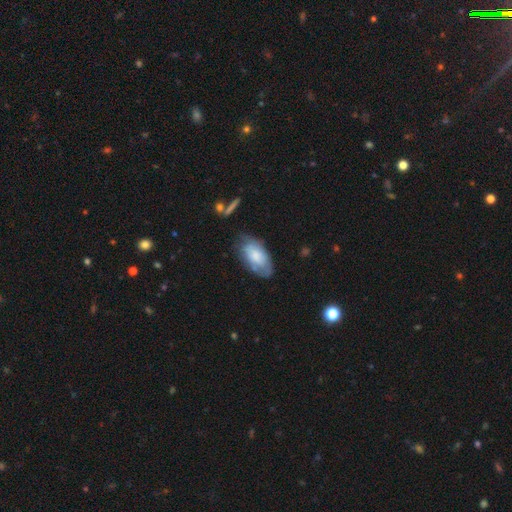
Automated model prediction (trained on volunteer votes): smooth_or_featured: smooth (p=0.65) [alt: featured or disk p=0.29]
how_rounded: in between (p=0.94) [alt: cigar-shaped p=0.03]
merging: none (p=0.62) [alt: minor disturbance p=0.27]